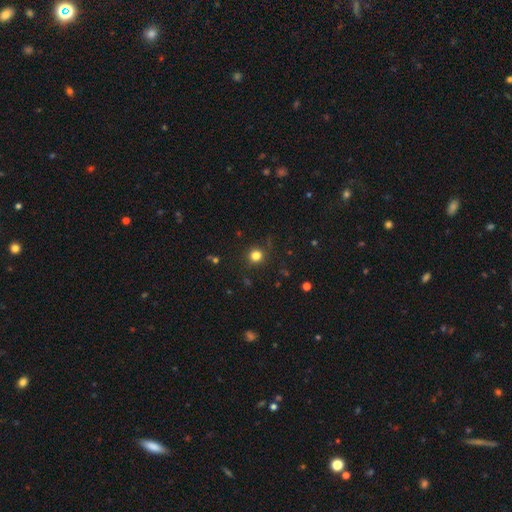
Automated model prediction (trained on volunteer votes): Overall: smooth (81%). How rounded: round (92%). Merging: none (88%).